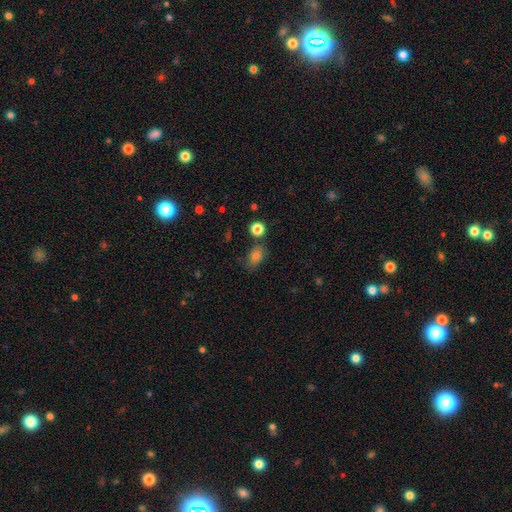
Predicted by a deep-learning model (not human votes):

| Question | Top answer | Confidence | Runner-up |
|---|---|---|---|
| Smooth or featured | smooth | 79% | star or artifact (14%) |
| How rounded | in between | 78% | round (20%) |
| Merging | none | 71% | minor disturbance (18%) |